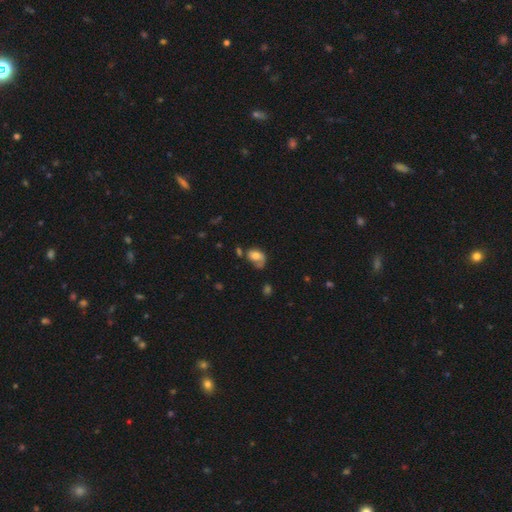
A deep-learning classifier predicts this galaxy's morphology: The model was most divided on "merging": none: 34%, major disturbance: 28%, minor disturbance: 27%, merger: 12%. More confident: how rounded — in between (79%); smooth or featured — smooth (55%).